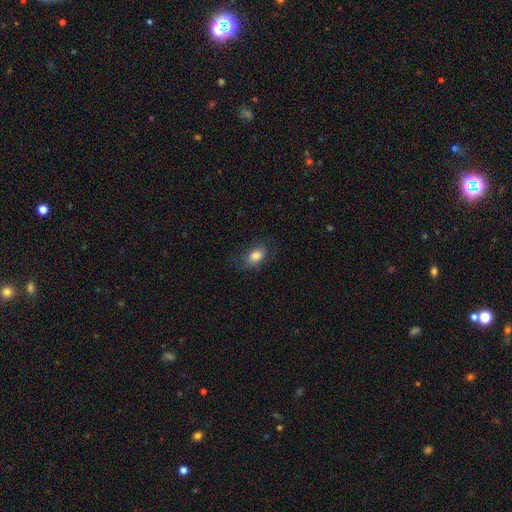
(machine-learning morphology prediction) smooth 84%, star or artifact 9%, featured or disk 8%. Down the decision tree: how rounded — in between (79%); merging — none (74%).